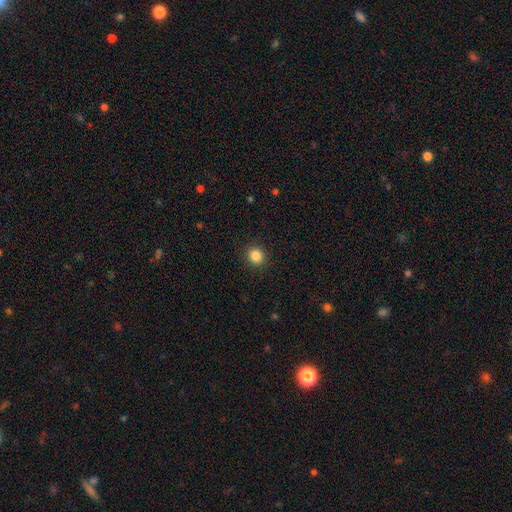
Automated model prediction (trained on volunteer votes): This is clearly a smooth galaxy (86%). How rounded: clearly round (86%). Merging: clearly none (91%).